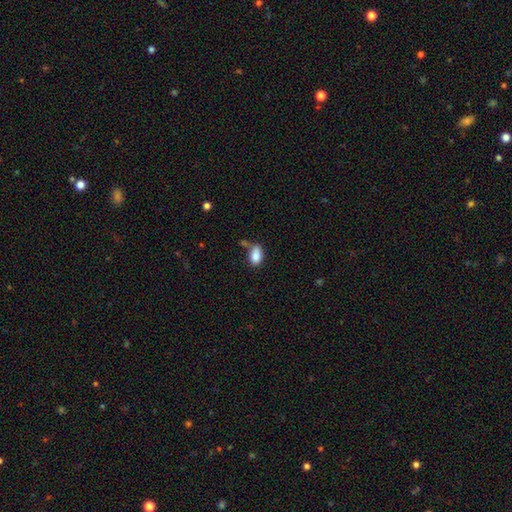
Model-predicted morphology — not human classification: Smooth or featured? smooth (85%)
How rounded? in between (90%)
Merging? none (53%)